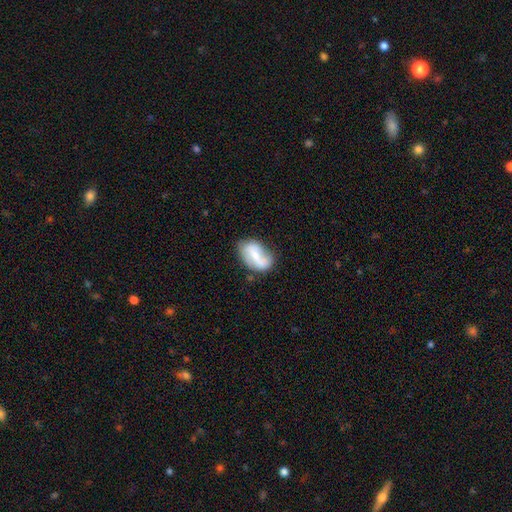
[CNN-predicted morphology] Q: Smooth or featured?
A: featured or disk (48%); runner-up: smooth (45%)
Q: Merging?
A: none (57%); runner-up: minor disturbance (28%)